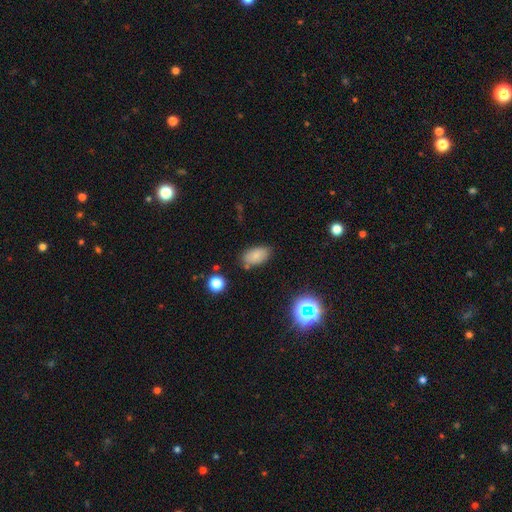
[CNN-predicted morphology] Smooth or featured?
  - smooth: 79% *
  - star or artifact: 11%
  - featured or disk: 10%
How rounded?
  - in between: 93% *
  - round: 5%
  - cigar-shaped: 2%
Merging?
  - none: 76% *
  - minor disturbance: 16%
  - merger: 5%
  - major disturbance: 4%